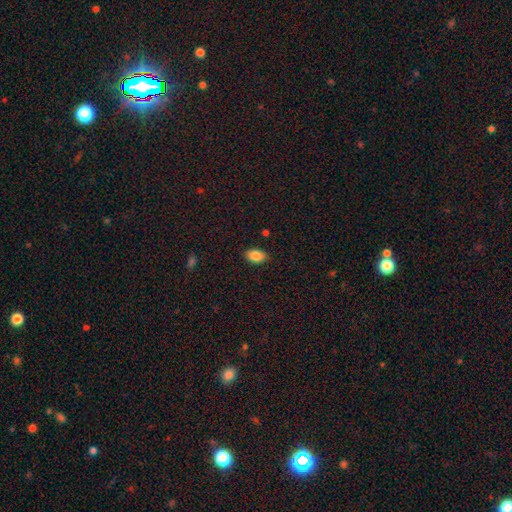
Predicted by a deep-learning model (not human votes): Smooth or featured? smooth (86%)
How rounded? in between (90%)
Merging? none (87%)